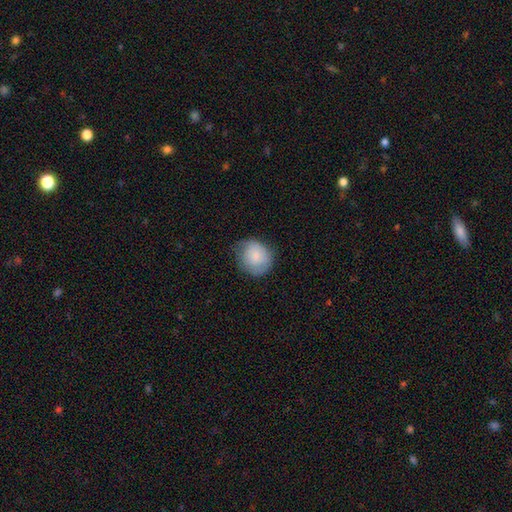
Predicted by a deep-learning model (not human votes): smooth 79%, featured or disk 15%, star or artifact 7%. Down the decision tree: how rounded — round (80%); merging — none (63%).